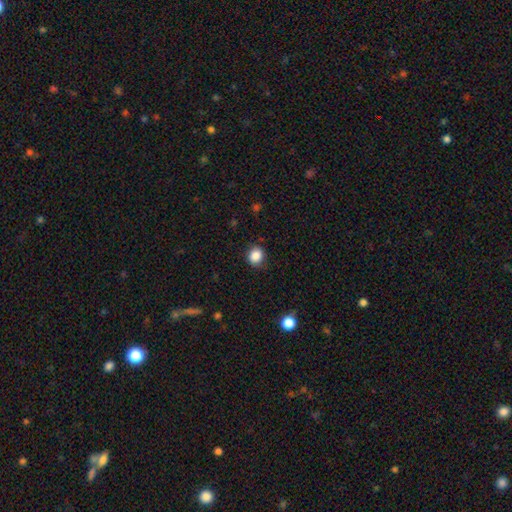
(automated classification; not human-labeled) Morphology: type=smooth (86%); roundness=round (76%); merging=none (85%).